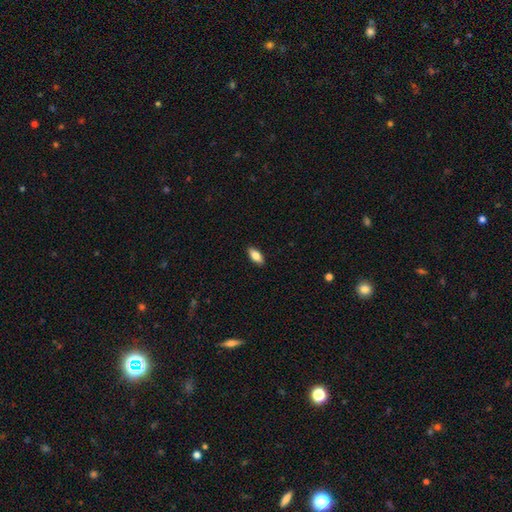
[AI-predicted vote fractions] Morphology: type=smooth (80%); roundness=in between (85%); merging=none (90%).